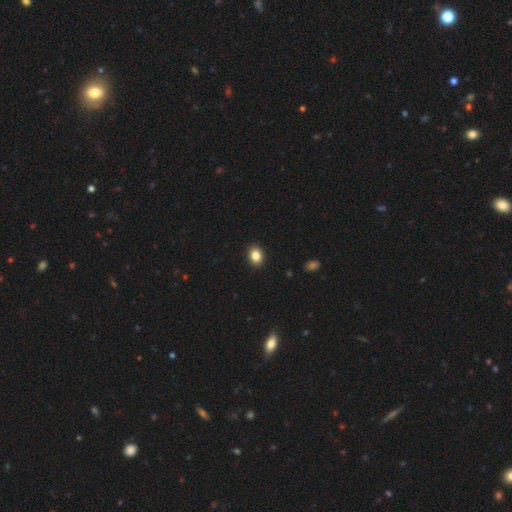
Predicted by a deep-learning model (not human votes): Smooth or featured? Predicted: smooth (p=0.85). How rounded? Predicted: in between (p=0.66). Merging? Predicted: none (p=0.91).